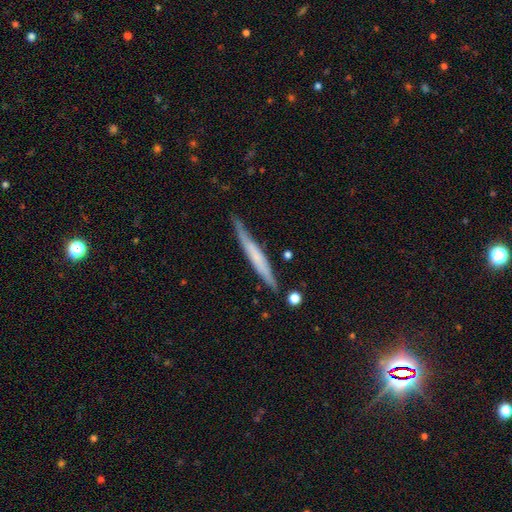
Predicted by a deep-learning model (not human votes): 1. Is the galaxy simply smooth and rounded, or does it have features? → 48% featured or disk, 46% smooth, 6% star or artifact.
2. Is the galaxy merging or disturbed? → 79% none, 16% minor disturbance, 3% merger, 3% major disturbance.